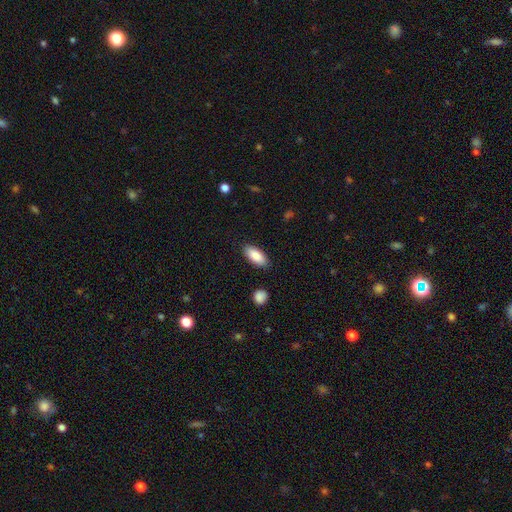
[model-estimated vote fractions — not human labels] smooth 86%, featured or disk 8%, star or artifact 6%. Down the decision tree: how rounded — in between (86%); merging — none (87%).